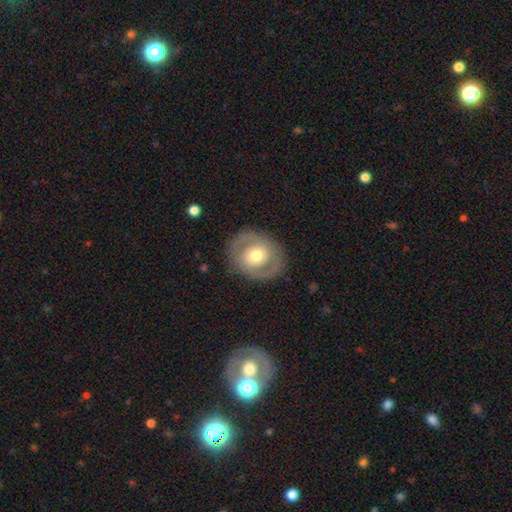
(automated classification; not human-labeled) smooth_or_featured: featured or disk (p=0.58) [alt: smooth p=0.36]
disk_edge_on: no (p=0.95) [alt: yes p=0.05]
bar: no (p=0.73) [alt: weak p=0.20]
has_spiral_arms: no (p=0.57) [alt: yes p=0.43]
bulge_size: moderate (p=0.69) [alt: large p=0.16]
merging: none (p=0.83) [alt: minor disturbance p=0.11]